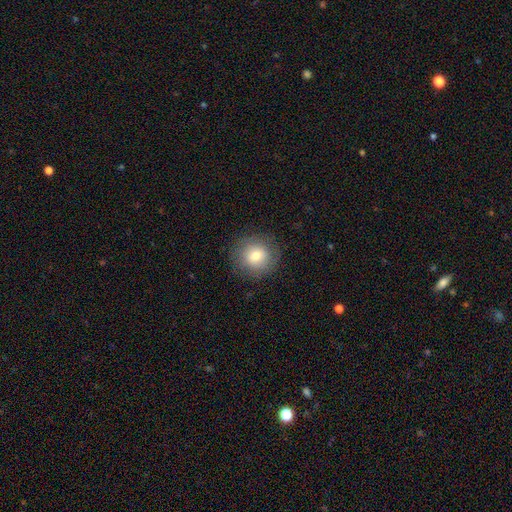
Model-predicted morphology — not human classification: Q: Smooth or featured?
A: smooth (76%); runner-up: featured or disk (15%)
Q: How rounded?
A: round (90%); runner-up: in between (9%)
Q: Merging?
A: none (86%); runner-up: minor disturbance (10%)